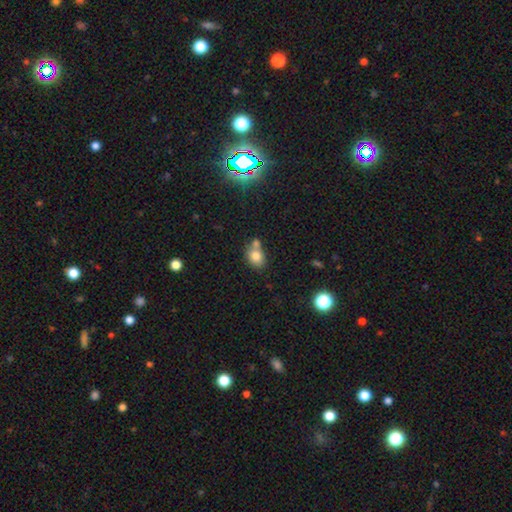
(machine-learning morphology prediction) Smooth or featured: smooth — 77% (featured or disk — 12%)
How rounded: in between — 57% (round — 42%)
Merging: none — 46% (merger — 37%)